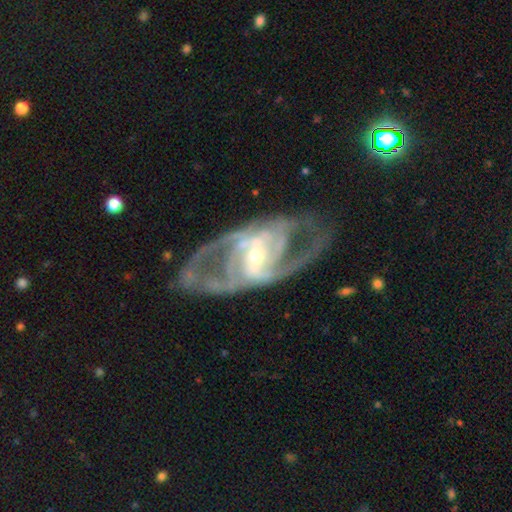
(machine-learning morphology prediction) This appears to be a featured or disk galaxy (91%) with a strong bar (40%), 2 (60%) medium (52%) spiral arms (96%) and a small central bulge (62%). Merging: none (66%).